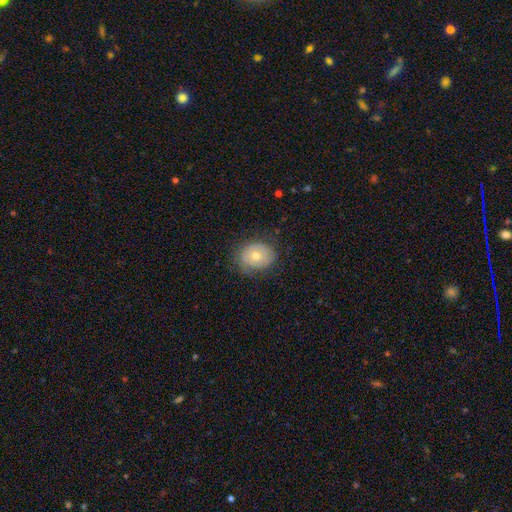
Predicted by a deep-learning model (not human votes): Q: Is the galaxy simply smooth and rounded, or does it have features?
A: smooth — 47%.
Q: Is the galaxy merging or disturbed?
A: none — 75%.